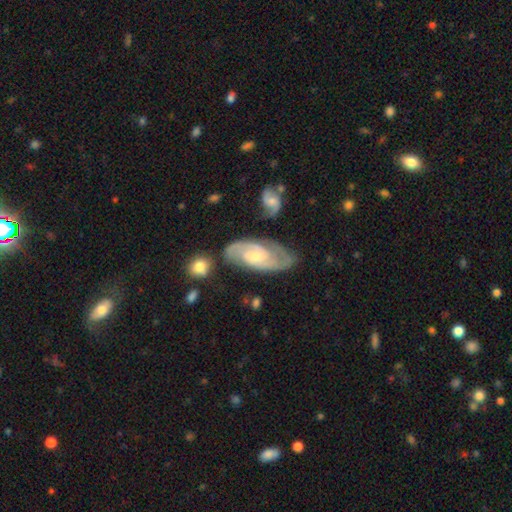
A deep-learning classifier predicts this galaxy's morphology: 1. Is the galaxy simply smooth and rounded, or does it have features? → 84% featured or disk, 11% smooth, 5% star or artifact.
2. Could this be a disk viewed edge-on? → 94% no, 6% yes.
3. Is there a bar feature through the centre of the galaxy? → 49% weak, 41% no, 10% strong.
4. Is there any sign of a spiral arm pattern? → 96% yes, 4% no.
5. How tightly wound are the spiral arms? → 46% tight, 44% medium, 10% loose.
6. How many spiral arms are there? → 75% 2, 12% can't tell, 7% 3, 2% 1, 2% 4, 2% more than 4.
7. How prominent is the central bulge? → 51% small, 39% moderate, 5% none, 4% large, 1% dominant.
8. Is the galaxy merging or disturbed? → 65% none, 20% minor disturbance, 8% major disturbance, 7% merger.